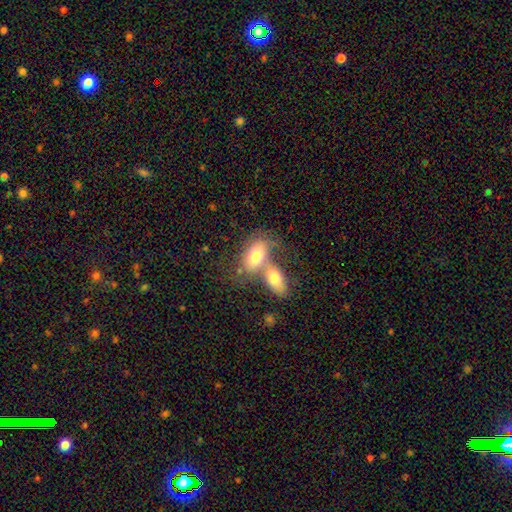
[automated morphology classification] This is likely a smooth galaxy (70%). How rounded: clearly in between (90%). Merging: likely merger (64%).